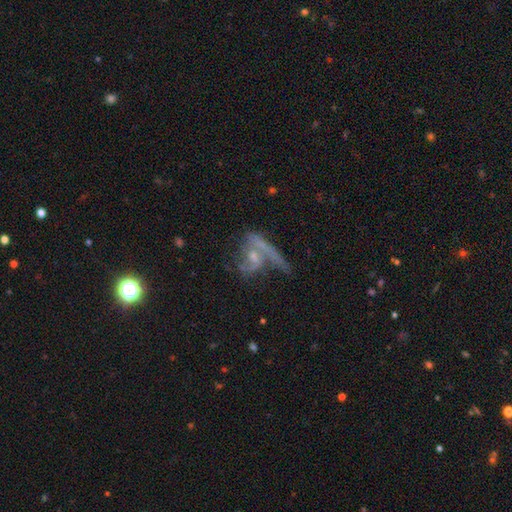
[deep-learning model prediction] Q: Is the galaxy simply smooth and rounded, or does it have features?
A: featured or disk — 68%.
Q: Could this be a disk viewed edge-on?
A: no — 90%.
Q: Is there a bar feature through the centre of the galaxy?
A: no — 58%.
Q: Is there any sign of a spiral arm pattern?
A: yes — 69%.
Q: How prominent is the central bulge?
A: small — 51%.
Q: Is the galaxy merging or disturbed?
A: major disturbance — 31%.